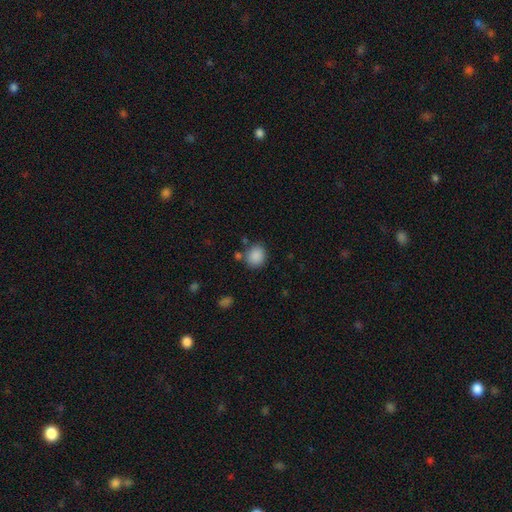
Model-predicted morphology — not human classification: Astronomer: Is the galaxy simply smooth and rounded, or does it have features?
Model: smooth — 88%.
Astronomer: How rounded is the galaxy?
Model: round — 72%.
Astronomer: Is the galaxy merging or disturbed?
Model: none — 76%.